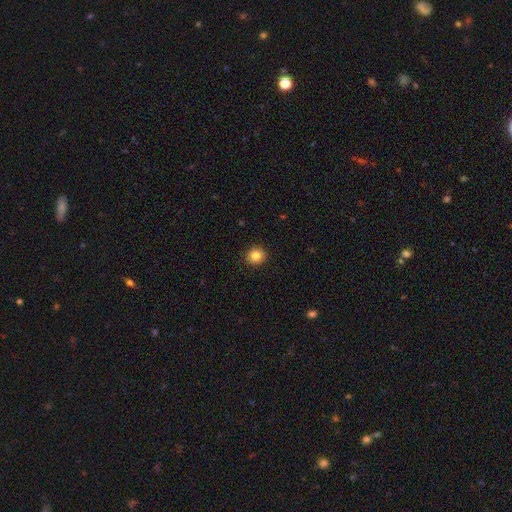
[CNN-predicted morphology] type=smooth (85%); roundness=round (87%); merging=none (92%).